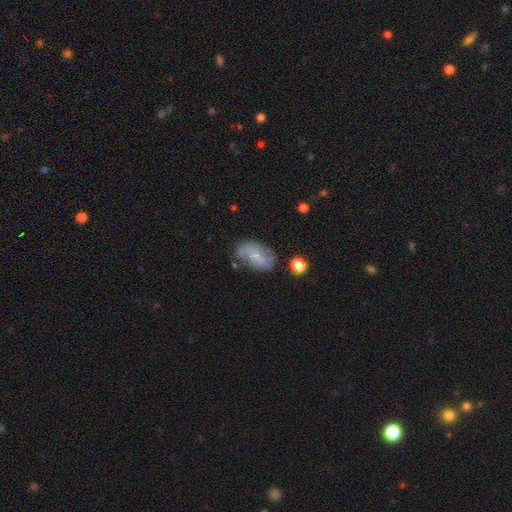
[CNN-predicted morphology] A smooth galaxy with no disk features (52%) that is in between round and cigar-shaped (89%). Merging: none (54%).